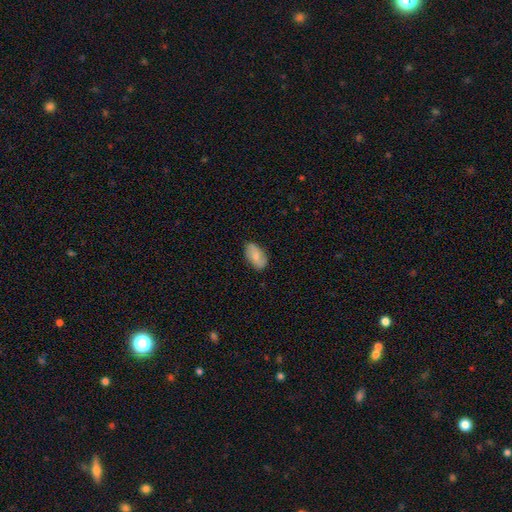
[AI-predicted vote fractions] Q: Smooth or featured?
A: smooth (75%); runner-up: featured or disk (19%)
Q: How rounded?
A: in between (93%); runner-up: round (4%)
Q: Merging?
A: none (80%); runner-up: minor disturbance (15%)